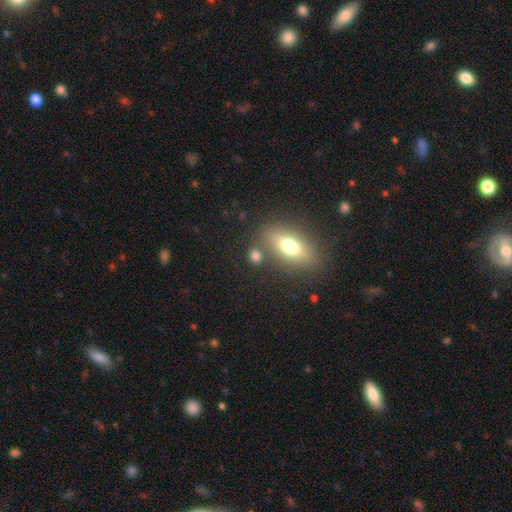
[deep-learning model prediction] smooth_or_featured: smooth (p=0.76) [alt: star or artifact p=0.13]
how_rounded: round (p=0.48) [alt: in between p=0.46]
merging: none (p=0.70) [alt: merger p=0.15]